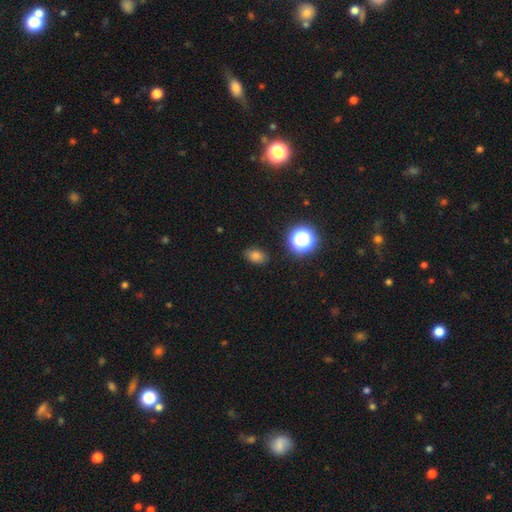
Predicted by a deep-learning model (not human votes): Q: Smooth or featured?
A: smooth (76%); runner-up: star or artifact (17%)
Q: How rounded?
A: in between (77%); runner-up: round (21%)
Q: Merging?
A: none (86%); runner-up: minor disturbance (10%)